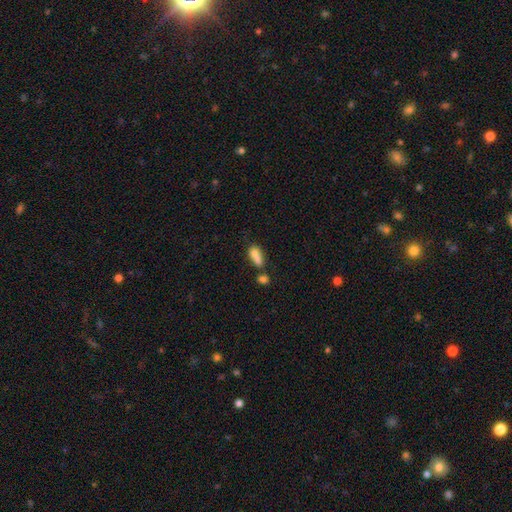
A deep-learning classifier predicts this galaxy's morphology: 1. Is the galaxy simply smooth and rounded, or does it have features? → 74% smooth, 16% featured or disk, 10% star or artifact.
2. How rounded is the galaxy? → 75% in between, 15% round, 10% cigar-shaped.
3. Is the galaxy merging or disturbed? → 55% merger, 27% none, 11% minor disturbance, 7% major disturbance.